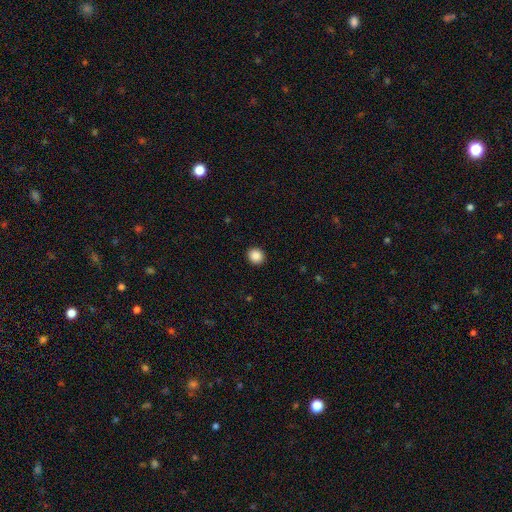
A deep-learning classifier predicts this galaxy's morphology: smooth-or-featured: smooth: 88% | star or artifact: 9% | featured or disk: 3%
  how-rounded: round: 82% | in between: 17% | cigar-shaped: 1%
  merging: none: 92% | minor disturbance: 5% | major disturbance: 2% | merger: 1%